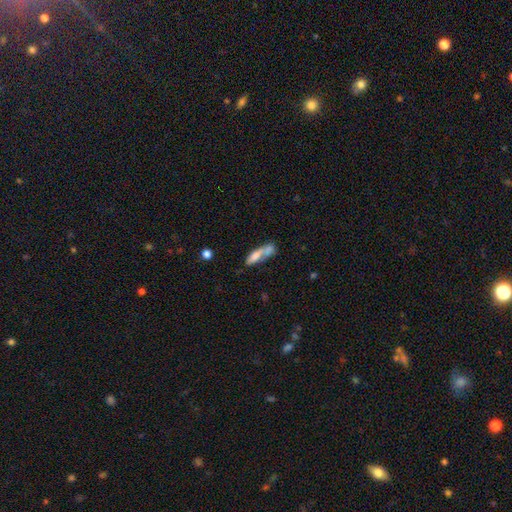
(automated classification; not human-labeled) smooth-or-featured: smooth: 68% | featured or disk: 24% | star or artifact: 8%
  how-rounded: cigar-shaped: 53% | in between: 44% | round: 3%
  merging: merger: 51% | none: 26% | minor disturbance: 14% | major disturbance: 9%